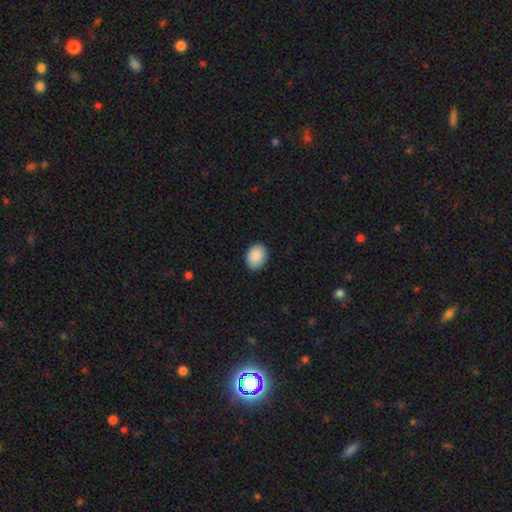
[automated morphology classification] Smooth or featured? Predicted: smooth (p=0.90). How rounded? Predicted: in between (p=0.70). Merging? Predicted: none (p=0.88).